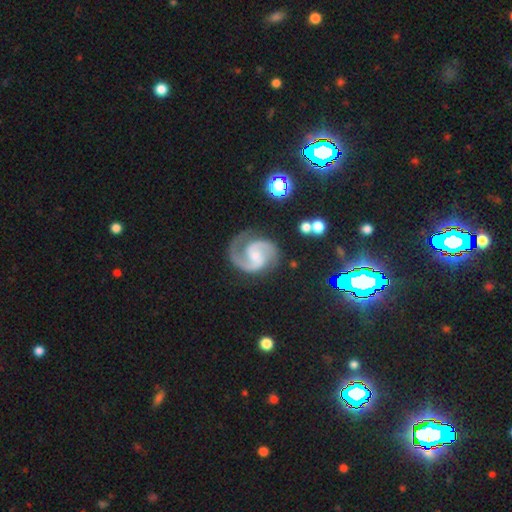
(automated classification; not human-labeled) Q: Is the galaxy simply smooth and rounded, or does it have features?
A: featured or disk — 92%.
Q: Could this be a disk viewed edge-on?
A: no — 98%.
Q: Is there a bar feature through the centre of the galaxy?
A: weak — 46%.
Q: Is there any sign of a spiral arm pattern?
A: yes — 98%.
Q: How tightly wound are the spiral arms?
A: medium — 63%.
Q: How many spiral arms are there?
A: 2 — 93%.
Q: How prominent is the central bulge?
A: small — 43%.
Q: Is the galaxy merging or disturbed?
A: none — 76%.